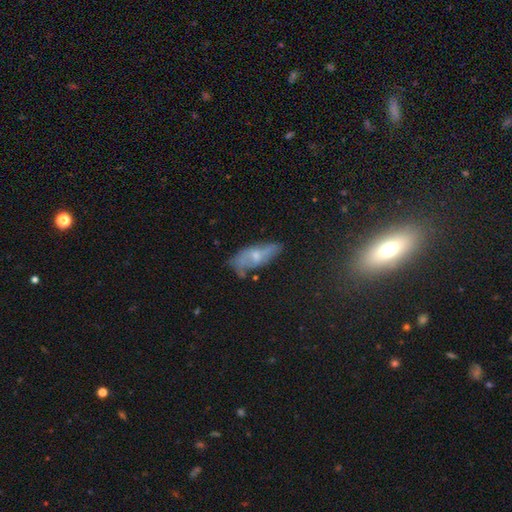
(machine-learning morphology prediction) Smooth or featured? Predicted: featured or disk (p=0.46). Merging? Predicted: none (p=0.51).